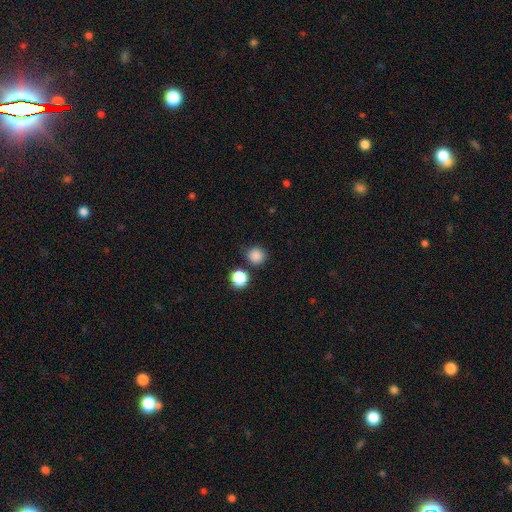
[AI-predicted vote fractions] Smooth or featured: smooth — 85% (star or artifact — 12%)
How rounded: round — 93% (in between — 6%)
Merging: none — 83% (minor disturbance — 8%)